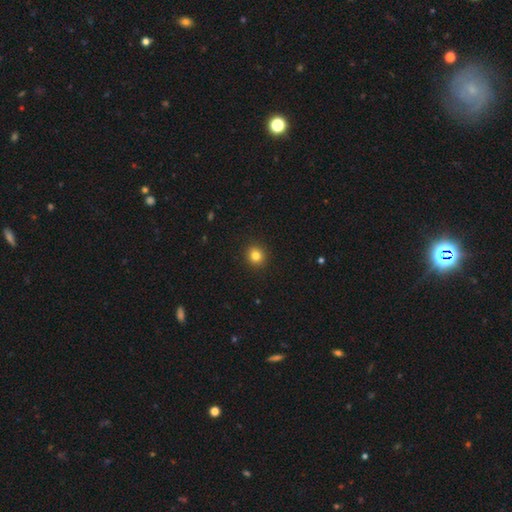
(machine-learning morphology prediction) Q: Smooth or featured?
A: smooth (82%); runner-up: star or artifact (12%)
Q: How rounded?
A: round (87%); runner-up: in between (12%)
Q: Merging?
A: none (92%); runner-up: minor disturbance (5%)